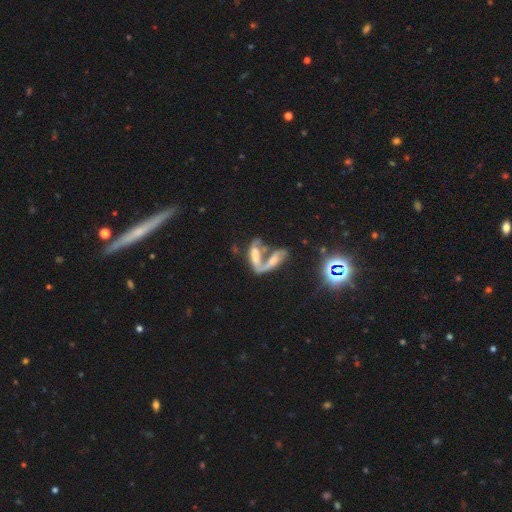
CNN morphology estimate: A featured or disk galaxy (49%).

Vote fractions:
- Smooth or featured? featured or disk: 49% / smooth: 35% / star or artifact: 17%
- Merging? merger: 70% / none: 15% / major disturbance: 10% / minor disturbance: 6%